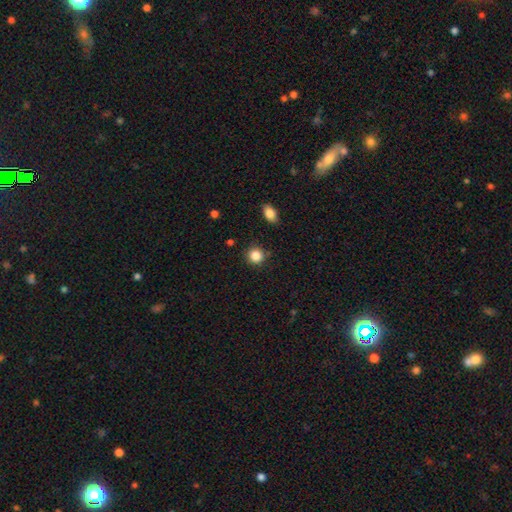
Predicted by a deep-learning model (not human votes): Smooth or featured: smooth — 85% (star or artifact — 10%)
How rounded: round — 91% (in between — 8%)
Merging: none — 85% (minor disturbance — 9%)